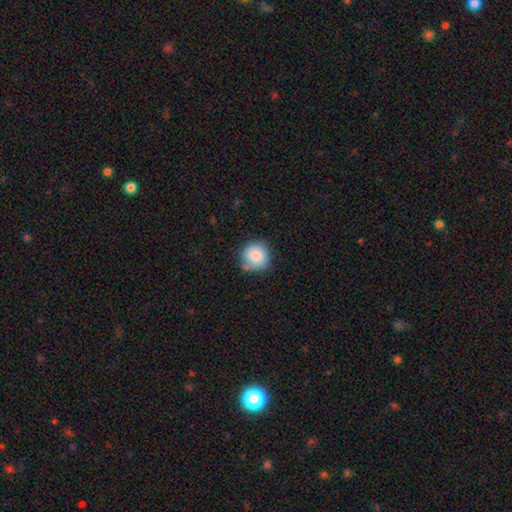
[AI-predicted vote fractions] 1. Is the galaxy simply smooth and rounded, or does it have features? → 85% smooth, 8% star or artifact, 7% featured or disk.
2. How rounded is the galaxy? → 91% round, 8% in between, 1% cigar-shaped.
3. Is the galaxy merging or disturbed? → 69% none, 21% minor disturbance, 5% major disturbance, 5% merger.